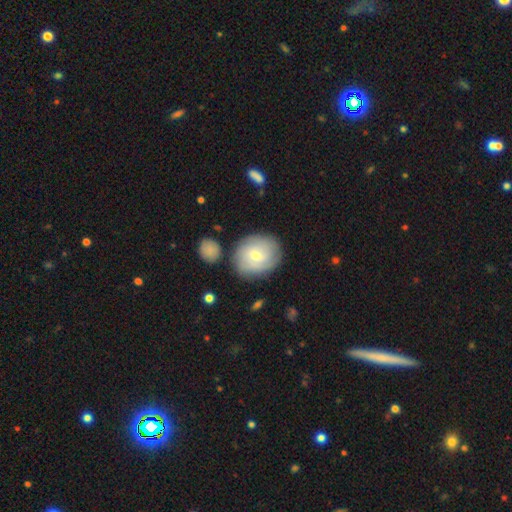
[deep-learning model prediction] Overall: featured or disk (49%; smooth 44%). Merging: none (76%).